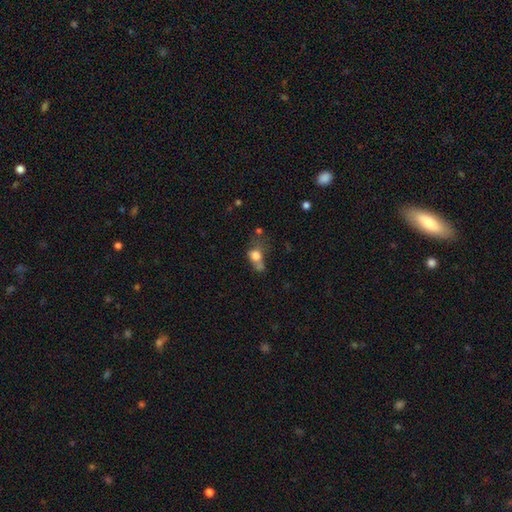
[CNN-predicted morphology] smooth_or_featured: smooth (p=0.71) [alt: featured or disk p=0.17]
how_rounded: in between (p=0.52) [alt: round p=0.44]
merging: major disturbance (p=0.29) [alt: none p=0.26]